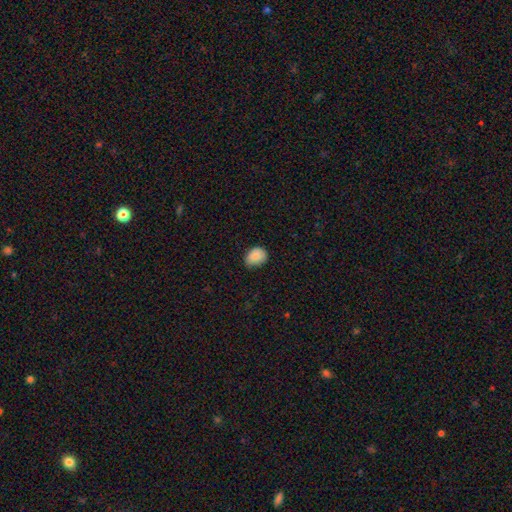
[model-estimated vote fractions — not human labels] smooth_or_featured: smooth (p=0.86) [alt: star or artifact p=0.08]
how_rounded: in between (p=0.59) [alt: round p=0.40]
merging: none (p=0.66) [alt: minor disturbance p=0.29]